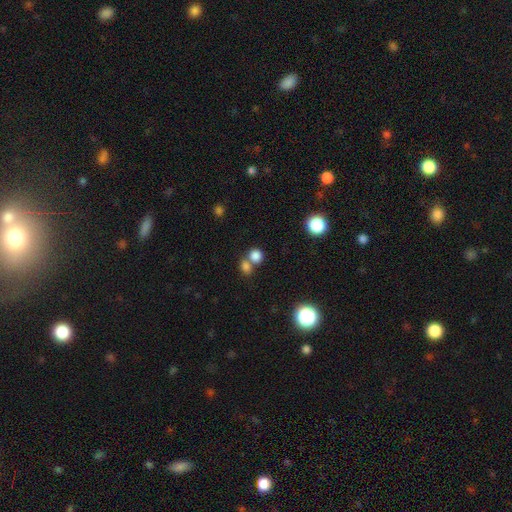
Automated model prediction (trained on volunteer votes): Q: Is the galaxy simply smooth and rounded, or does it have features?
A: smooth — 80%.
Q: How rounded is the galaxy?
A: round — 80%.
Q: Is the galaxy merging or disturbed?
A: none — 47%.